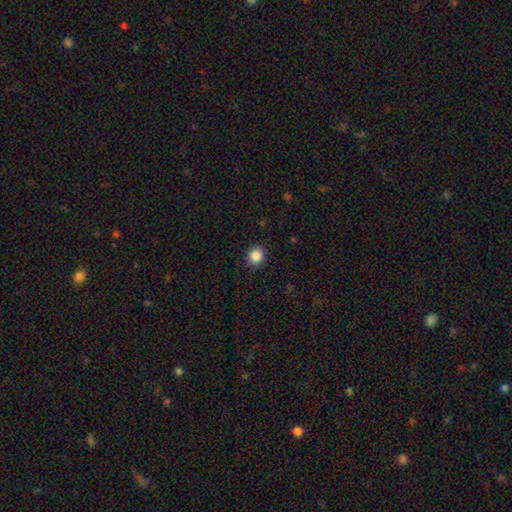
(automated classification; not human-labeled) smooth-or-featured: smooth: 87% | star or artifact: 10% | featured or disk: 3%
  how-rounded: round: 84% | in between: 15% | cigar-shaped: 1%
  merging: none: 89% | minor disturbance: 8% | major disturbance: 2% | merger: 1%